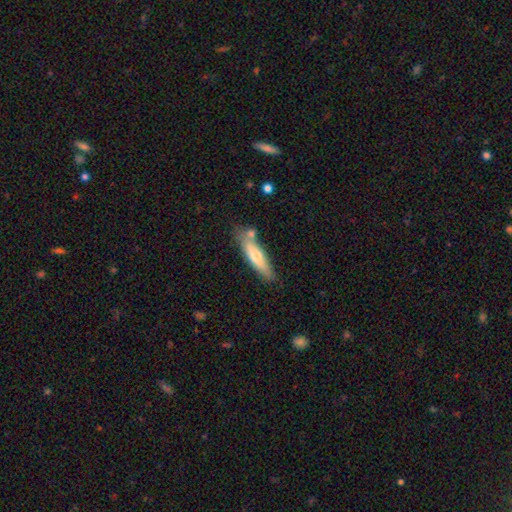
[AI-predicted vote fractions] smooth_or_featured: smooth (p=0.63) [alt: featured or disk p=0.32]
how_rounded: cigar-shaped (p=0.73) [alt: in between p=0.25]
merging: none (p=0.67) [alt: minor disturbance p=0.17]